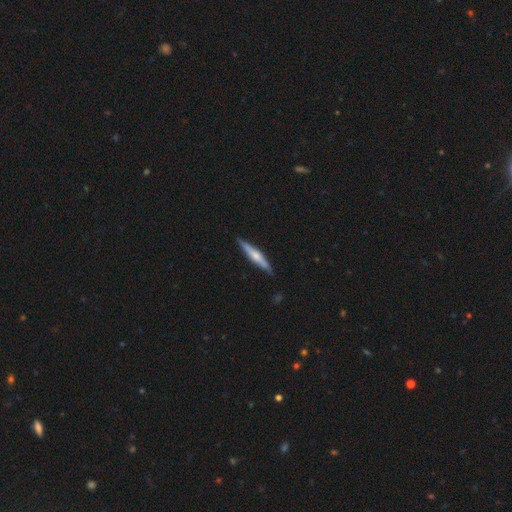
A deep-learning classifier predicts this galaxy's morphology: Smooth or featured: featured or disk — 54% (smooth — 40%)
Edge-on disk: yes — 96% (no — 4%)
Edge-on bulge: rounded — 70% (none — 16%)
Merging: none — 85% (minor disturbance — 12%)